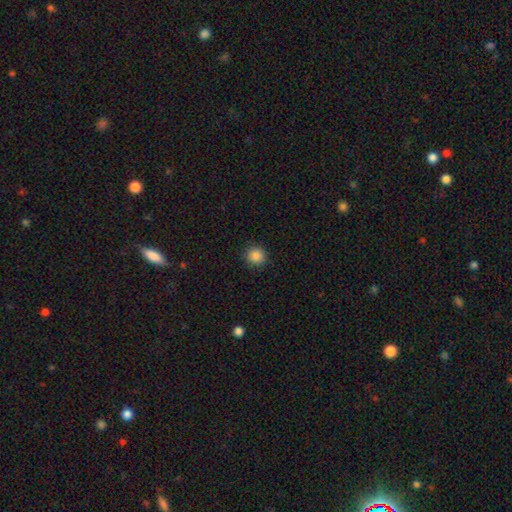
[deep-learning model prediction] Smooth or featured? smooth (87%)
How rounded? round (90%)
Merging? none (89%)